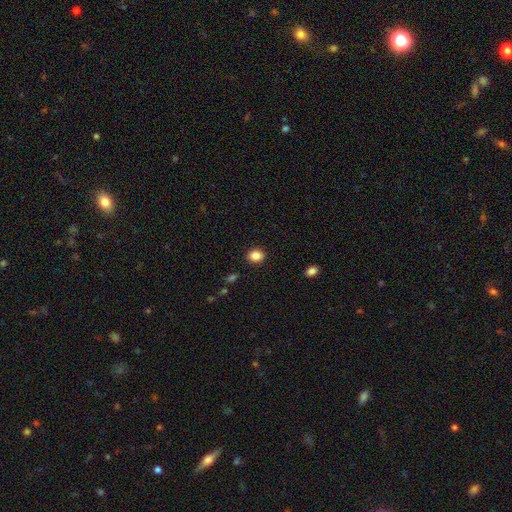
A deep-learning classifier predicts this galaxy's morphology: The model was most divided on "how rounded": round: 56%, in between: 43%, cigar-shaped: 1%. More confident: merging — none (90%); smooth or featured — smooth (87%).